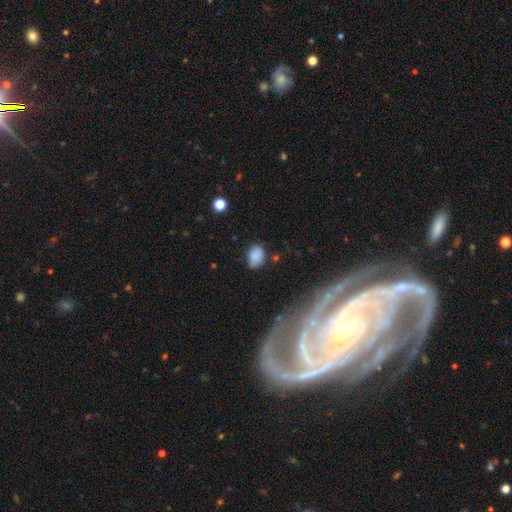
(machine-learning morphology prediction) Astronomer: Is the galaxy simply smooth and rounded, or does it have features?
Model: smooth — 84%.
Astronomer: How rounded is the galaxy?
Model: in between — 74%.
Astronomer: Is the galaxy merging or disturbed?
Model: none — 71%.